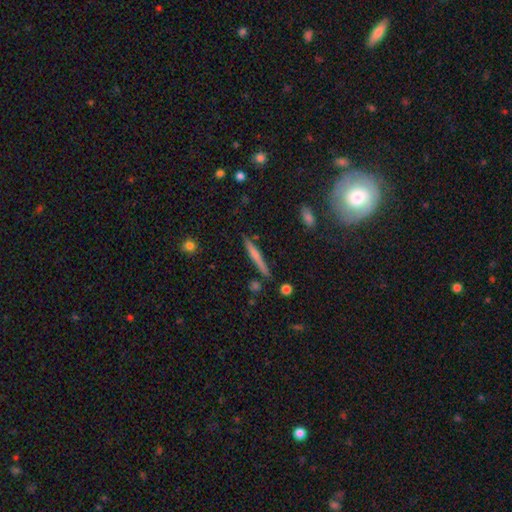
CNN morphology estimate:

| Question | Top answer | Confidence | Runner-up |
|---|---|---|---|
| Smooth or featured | smooth | 50% | featured or disk (43%) |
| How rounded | cigar-shaped | 94% | in between (4%) |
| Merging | none | 86% | minor disturbance (9%) |